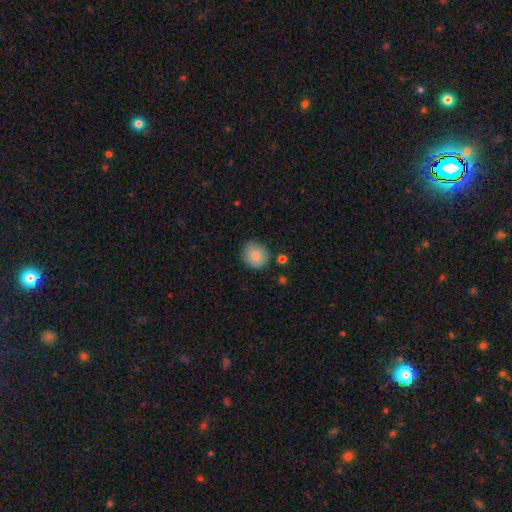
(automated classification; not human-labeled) A smooth galaxy with no disk features (86%) that is round (66%).

Vote fractions:
- Smooth or featured? smooth: 86% / star or artifact: 7% / featured or disk: 7%
- How rounded? round: 66% / in between: 33% / cigar-shaped: 1%
- Merging? none: 82% / minor disturbance: 13% / merger: 3% / major disturbance: 3%